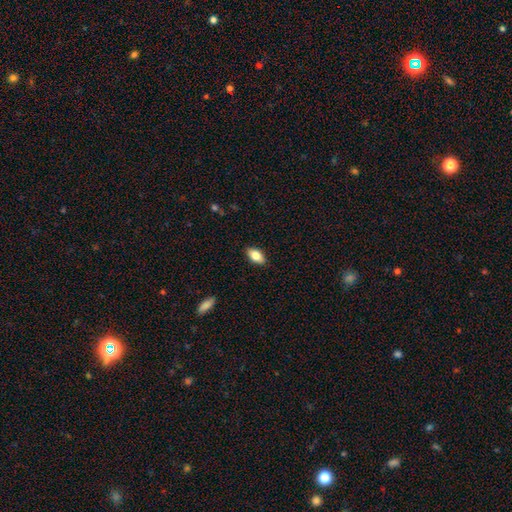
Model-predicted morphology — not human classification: Q: Smooth or featured?
A: smooth (77%); runner-up: featured or disk (16%)
Q: How rounded?
A: in between (90%); runner-up: cigar-shaped (6%)
Q: Merging?
A: none (89%); runner-up: minor disturbance (8%)